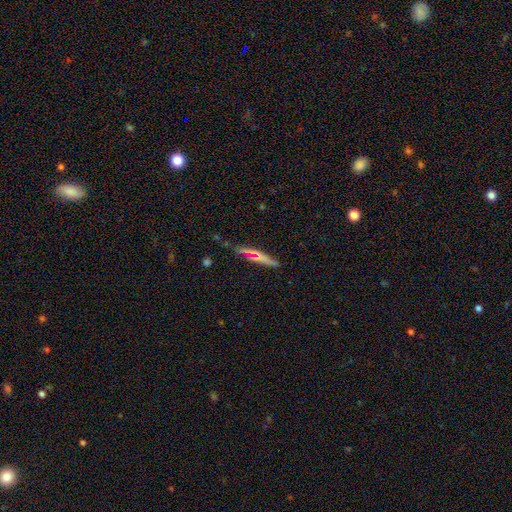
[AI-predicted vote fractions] smooth-or-featured: smooth: 59% | featured or disk: 32% | star or artifact: 9%
  how-rounded: cigar-shaped: 91% | in between: 7% | round: 2%
  merging: none: 77% | minor disturbance: 16% | major disturbance: 4% | merger: 3%